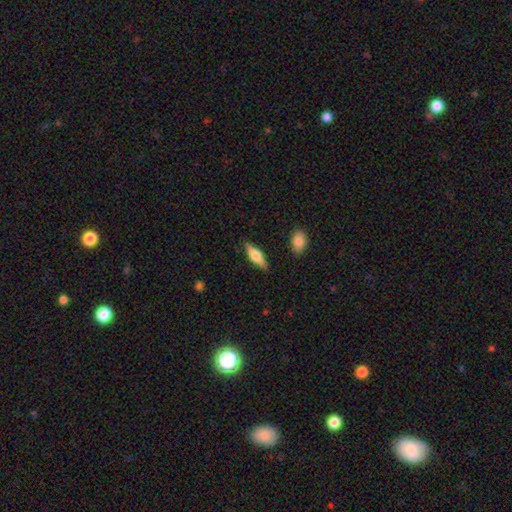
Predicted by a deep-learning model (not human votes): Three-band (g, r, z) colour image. It shows a featured or disk galaxy (52%) viewed edge-on (94%). Merging: none (86%).